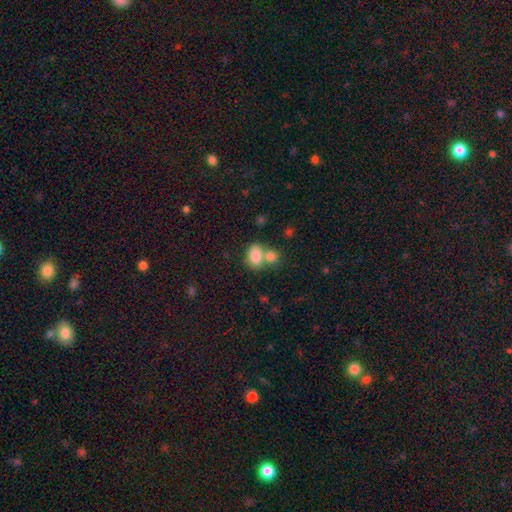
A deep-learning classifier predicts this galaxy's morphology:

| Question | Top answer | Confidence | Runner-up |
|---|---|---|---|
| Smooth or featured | smooth | 83% | star or artifact (9%) |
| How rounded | in between | 82% | round (16%) |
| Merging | merger | 46% | none (39%) |